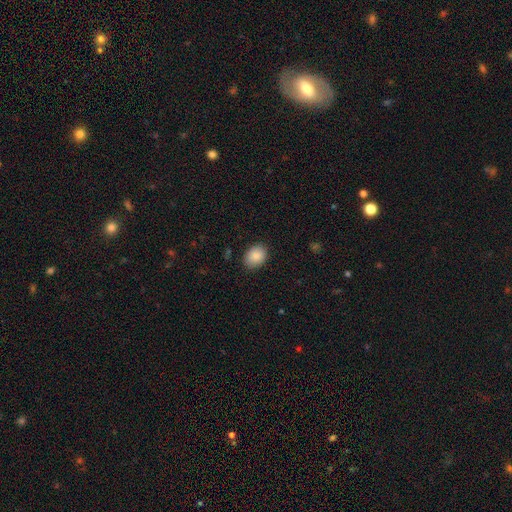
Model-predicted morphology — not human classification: Smooth or featured? Predicted: smooth (p=0.87). How rounded? Predicted: in between (p=0.65). Merging? Predicted: none (p=0.86).